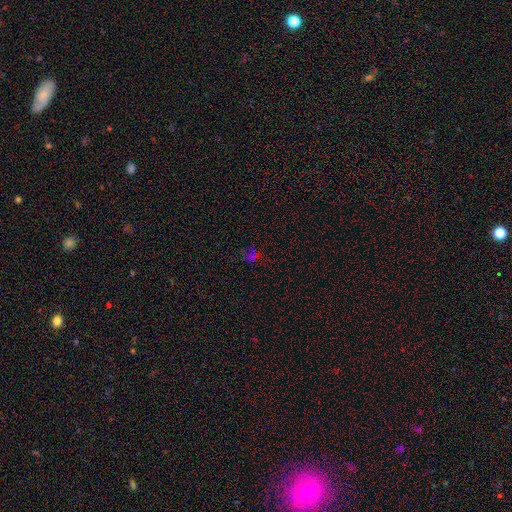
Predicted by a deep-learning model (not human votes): star or artifact 49%, smooth 41%, featured or disk 10%.